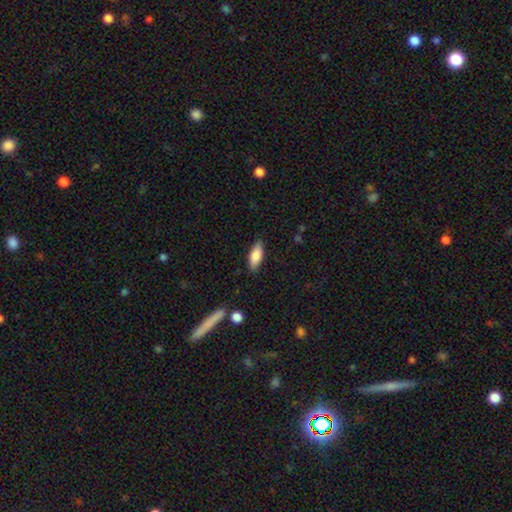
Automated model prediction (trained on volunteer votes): A smooth galaxy with no disk features (82%) that is in between round and cigar-shaped (75%).

Vote fractions:
- Smooth or featured? smooth: 82% / featured or disk: 11% / star or artifact: 6%
- How rounded? in between: 75% / cigar-shaped: 23% / round: 2%
- Merging? none: 85% / minor disturbance: 11% / major disturbance: 2% / merger: 1%